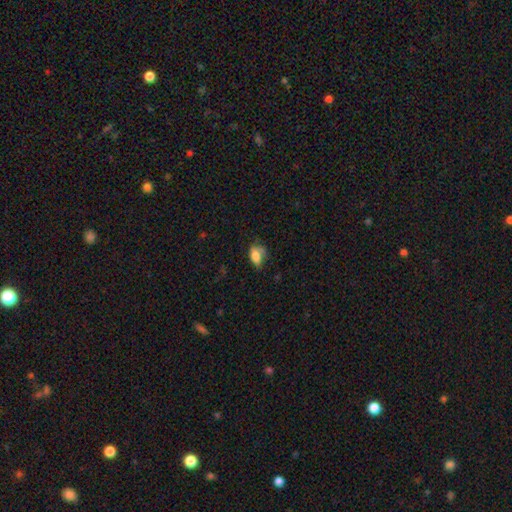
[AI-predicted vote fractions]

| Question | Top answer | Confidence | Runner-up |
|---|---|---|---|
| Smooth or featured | smooth | 77% | featured or disk (14%) |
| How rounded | in between | 88% | round (8%) |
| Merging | none | 40% | minor disturbance (35%) |